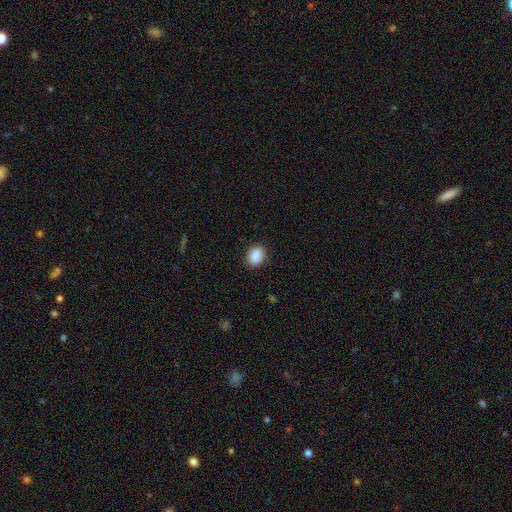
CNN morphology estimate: Smooth or featured? Predicted: smooth (p=0.89). How rounded? Predicted: in between (p=0.63). Merging? Predicted: none (p=0.86).